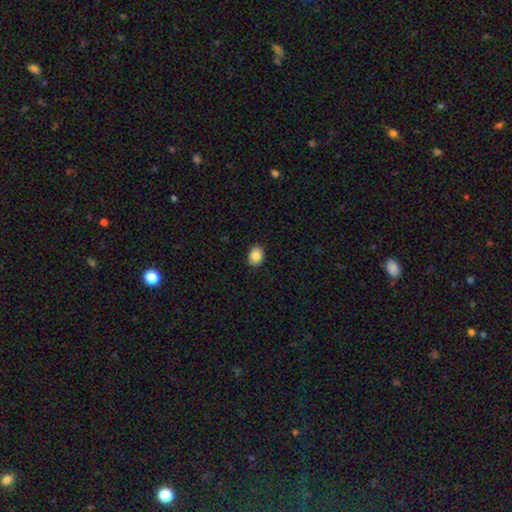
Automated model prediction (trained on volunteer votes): smooth_or_featured: smooth (p=0.86) [alt: star or artifact p=0.08]
how_rounded: in between (p=0.62) [alt: round p=0.38]
merging: none (p=0.89) [alt: minor disturbance p=0.08]